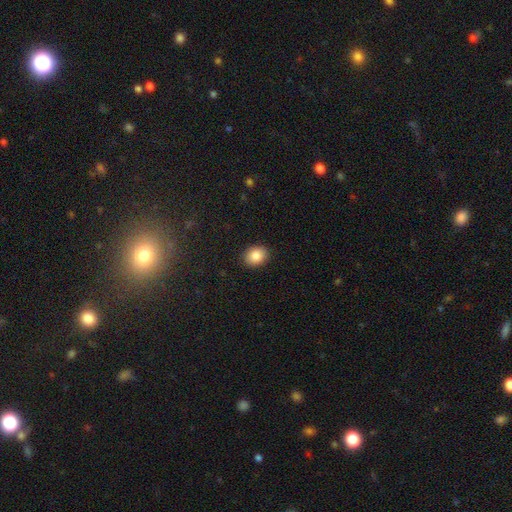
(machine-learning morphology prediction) Q: Smooth or featured?
A: smooth (86%); runner-up: star or artifact (8%)
Q: How rounded?
A: in between (53%); runner-up: round (47%)
Q: Merging?
A: none (91%); runner-up: minor disturbance (7%)